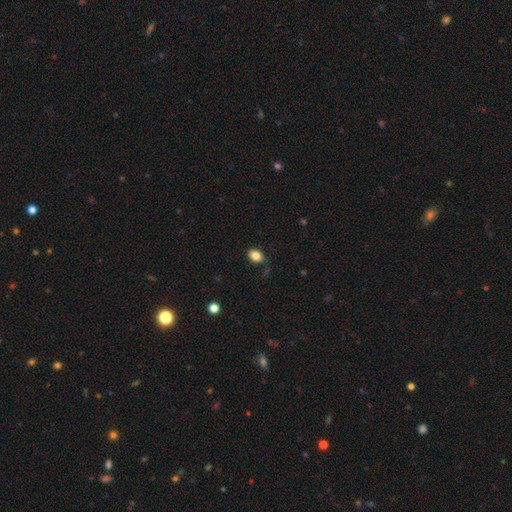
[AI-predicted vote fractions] smooth_or_featured: smooth (p=0.84) [alt: star or artifact p=0.10]
how_rounded: in between (p=0.69) [alt: round p=0.30]
merging: none (p=0.81) [alt: minor disturbance p=0.14]